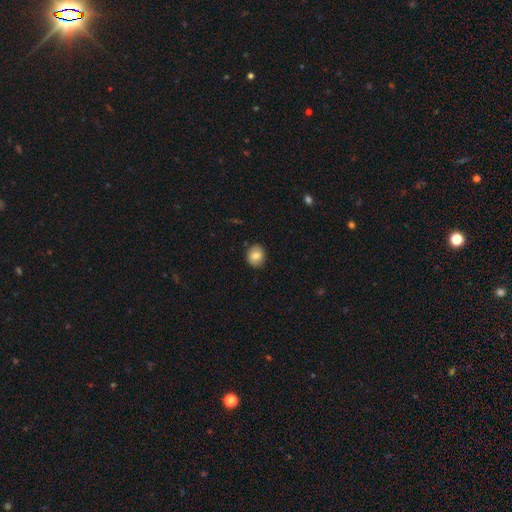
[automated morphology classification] smooth 79%, featured or disk 12%, star or artifact 8%. Down the decision tree: how rounded — round (77%); merging — none (87%).